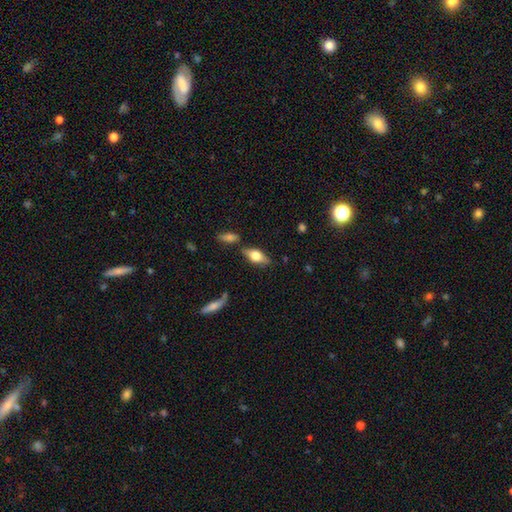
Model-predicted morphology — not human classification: Overall: smooth (53%; featured or disk 39%). How rounded: in between (78%). Merging: none (74%).